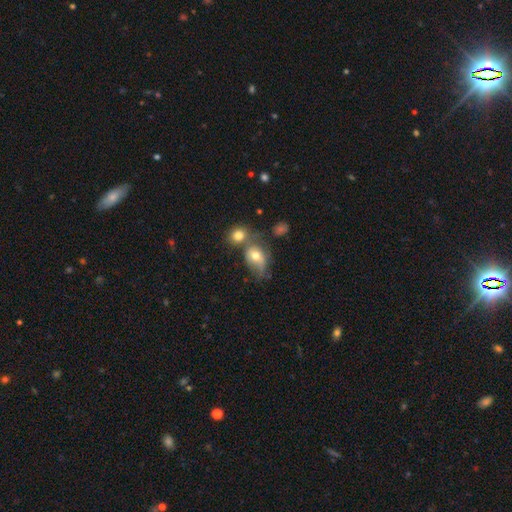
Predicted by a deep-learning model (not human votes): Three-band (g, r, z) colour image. It shows a smooth galaxy with no disk features (68%) that is in between round and cigar-shaped (61%). Merging: merger (41%).